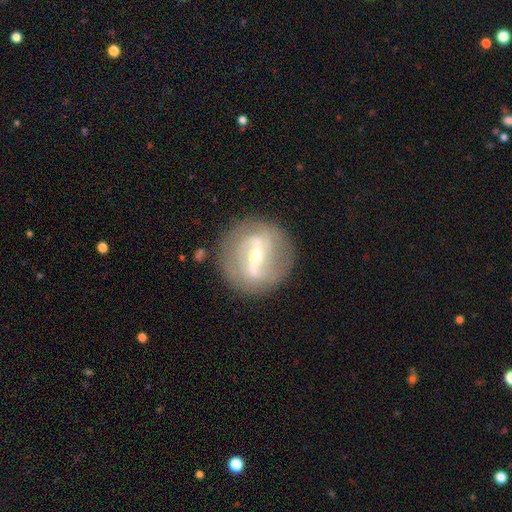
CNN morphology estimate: Smooth or featured?
  - featured or disk: 79% *
  - smooth: 14%
  - star or artifact: 7%
Edge-on disk?
  - no: 91% *
  - yes: 9%
Bar?
  - strong: 67% *
  - weak: 25%
  - no: 8%
Spiral arms?
  - yes: 68% *
  - no: 32%
Bulge size?
  - small: 52% *
  - moderate: 42%
  - large: 3%
  - none: 2%
  - dominant: 1%
Merging?
  - none: 81% *
  - minor disturbance: 12%
  - major disturbance: 6%
  - merger: 2%